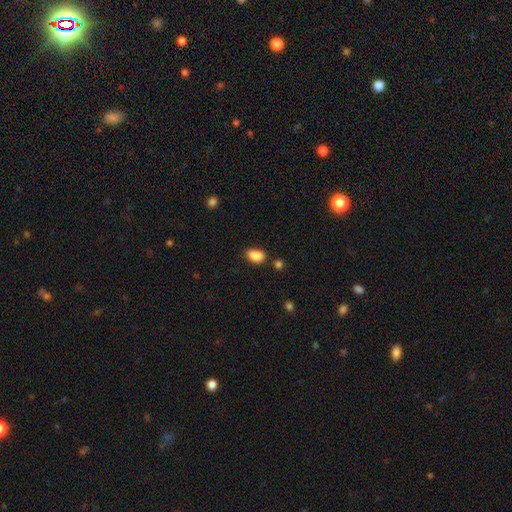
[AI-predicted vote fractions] smooth_or_featured: smooth (p=0.88) [alt: star or artifact p=0.09]
how_rounded: in between (p=0.88) [alt: round p=0.10]
merging: none (p=0.72) [alt: minor disturbance p=0.19]